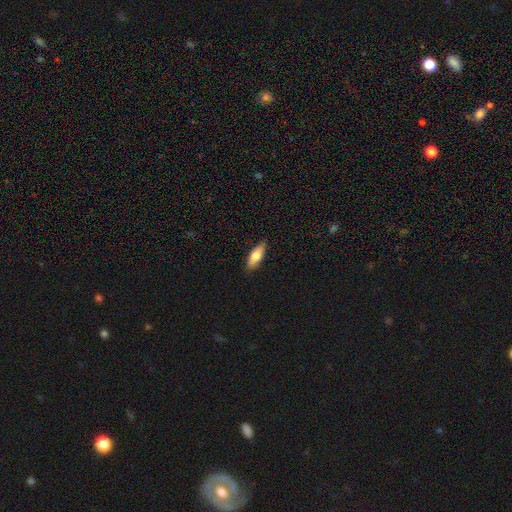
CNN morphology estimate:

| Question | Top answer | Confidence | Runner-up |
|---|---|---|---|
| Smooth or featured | smooth | 69% | featured or disk (25%) |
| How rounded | in between | 61% | cigar-shaped (37%) |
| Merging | none | 88% | minor disturbance (9%) |